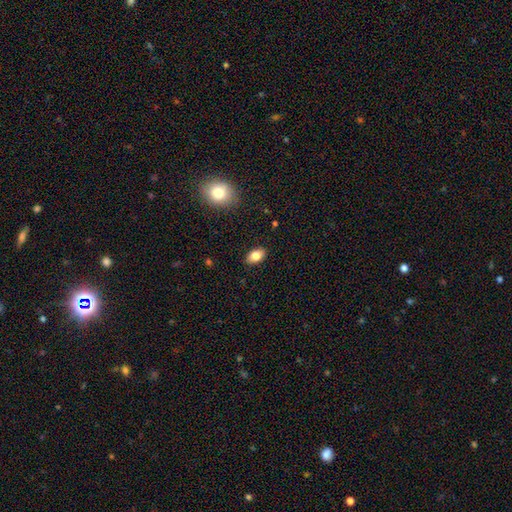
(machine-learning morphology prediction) A smooth galaxy with no disk features (81%) that is in between round and cigar-shaped (89%).

Vote fractions:
- Smooth or featured? smooth: 81% / featured or disk: 10% / star or artifact: 9%
- How rounded? in between: 89% / round: 9% / cigar-shaped: 2%
- Merging? none: 88% / minor disturbance: 9% / major disturbance: 2% / merger: 1%